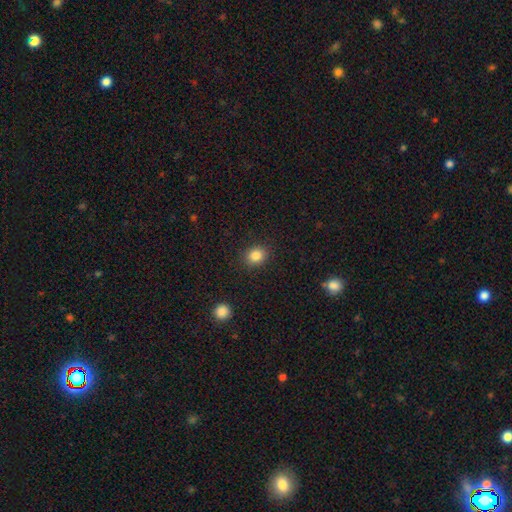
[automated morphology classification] This is clearly a smooth galaxy (85%). How rounded: likely round (67%). Merging: clearly none (88%).